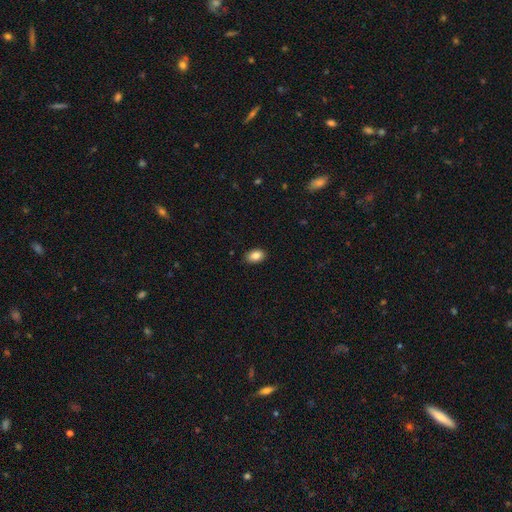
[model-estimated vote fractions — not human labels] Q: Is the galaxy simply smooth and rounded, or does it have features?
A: smooth — 85%.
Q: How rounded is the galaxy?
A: in between — 86%.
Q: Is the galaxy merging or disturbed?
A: none — 87%.